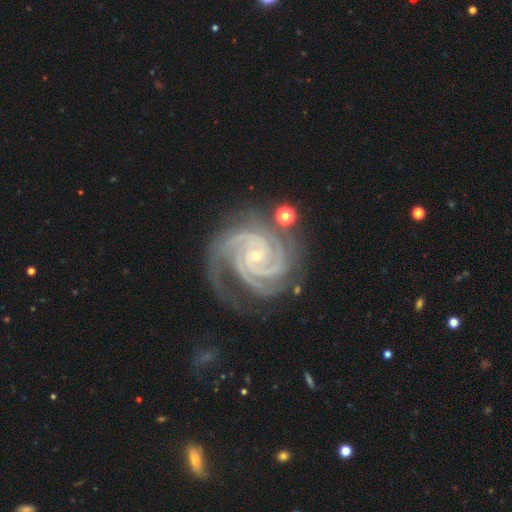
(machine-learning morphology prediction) This is clearly a featured or disk galaxy (94%). It is clearly not viewed edge-on (98%). Bar: likely no (67%). Spiral arm pattern: clearly yes (99%). Spiral arm count: possibly 3 (45%). Spiral winding: likely tight (75%). Central bulge: clearly small (82%). Merging: likely none (65%).